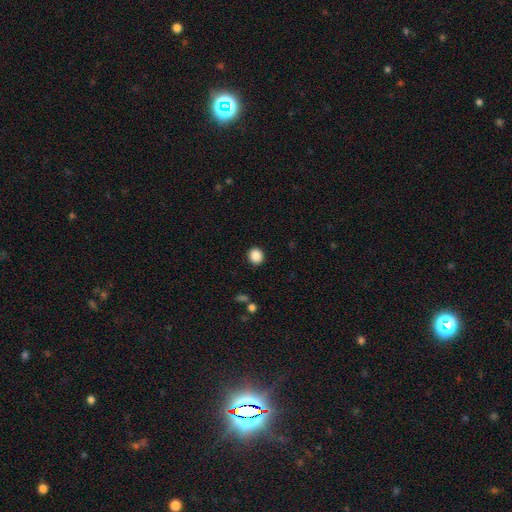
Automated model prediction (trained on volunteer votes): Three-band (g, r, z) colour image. It shows a smooth galaxy with no disk features (88%) that is round (84%). Merging: none (92%).